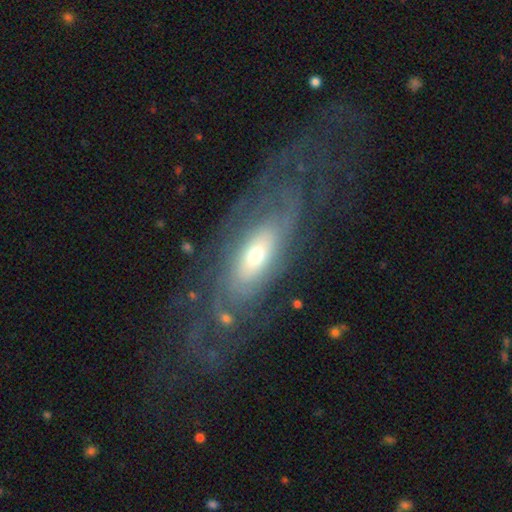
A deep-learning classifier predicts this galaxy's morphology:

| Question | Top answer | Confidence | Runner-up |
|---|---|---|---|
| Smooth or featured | featured or disk | 81% | smooth (13%) |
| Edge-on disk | no | 87% | yes (13%) |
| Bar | no | 69% | weak (21%) |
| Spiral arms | yes | 86% | no (14%) |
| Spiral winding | tight | 59% | medium (28%) |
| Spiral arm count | can't tell | 51% | 2 (21%) |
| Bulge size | moderate | 46% | small (45%) |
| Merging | none | 65% | major disturbance (17%) |